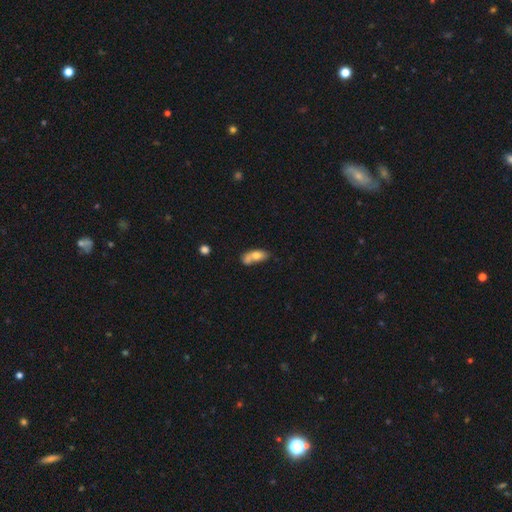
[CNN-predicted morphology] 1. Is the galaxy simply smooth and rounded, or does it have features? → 69% smooth, 22% featured or disk, 9% star or artifact.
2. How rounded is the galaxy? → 79% in between, 13% cigar-shaped, 8% round.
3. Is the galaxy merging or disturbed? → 45% merger, 29% none, 16% minor disturbance, 10% major disturbance.